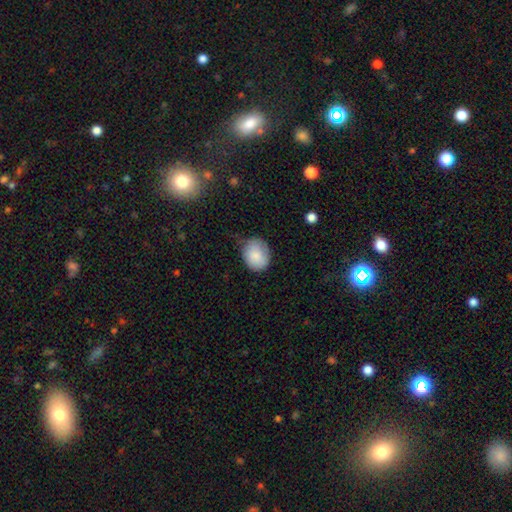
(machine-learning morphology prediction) smooth 83%, featured or disk 10%, star or artifact 7%. Down the decision tree: how rounded — round (56%); merging — none (56%).